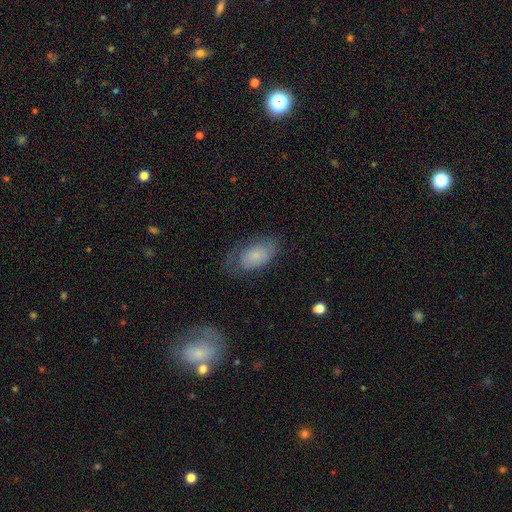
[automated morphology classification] Smooth or featured? smooth (68%)
How rounded? in between (92%)
Merging? none (55%)